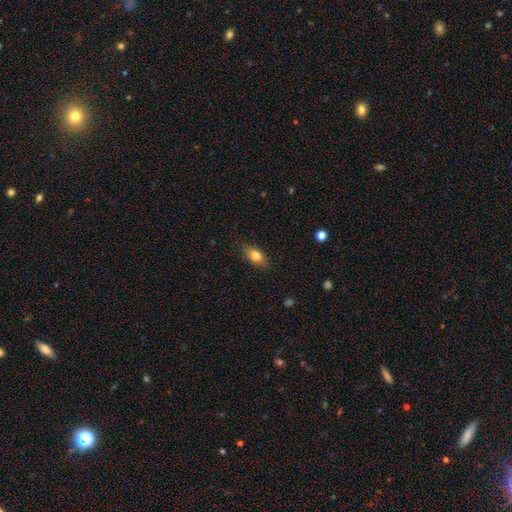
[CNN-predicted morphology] This appears to be a smooth galaxy with no disk features (78%) that is in between round and cigar-shaped (84%). Merging: none (84%).